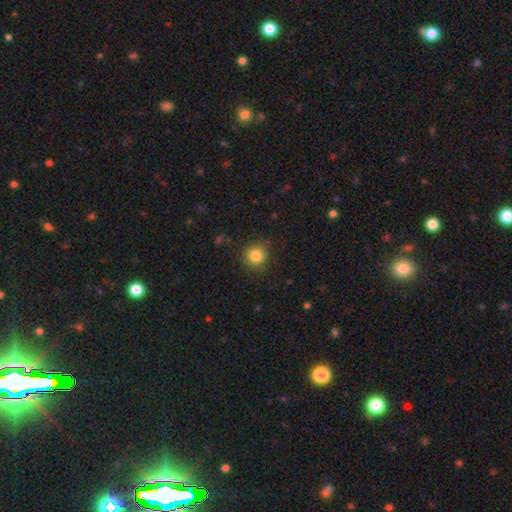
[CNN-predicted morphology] Smooth or featured? smooth (84%)
How rounded? round (90%)
Merging? none (81%)